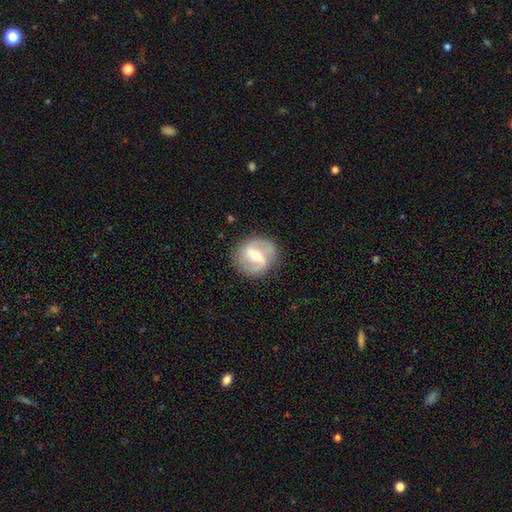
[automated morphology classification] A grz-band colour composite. It shows a featured or disk galaxy (77%) with a weak bar (44%), 2 (88%) medium (48%) spiral arms (85%) and a moderate central bulge (64%). Merging: none (83%).